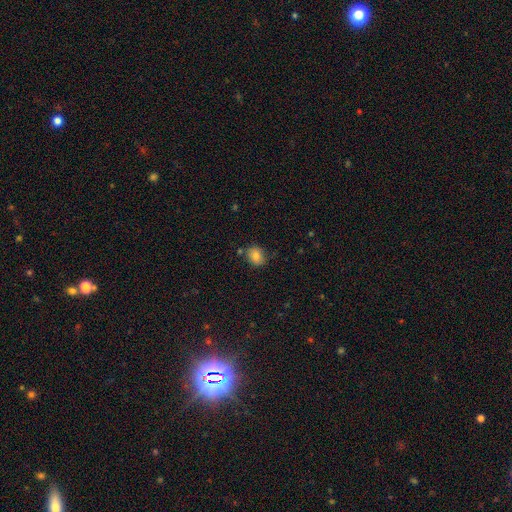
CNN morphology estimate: This appears to be a smooth galaxy with no disk features (81%) that is round (56%). Merging: none (77%).